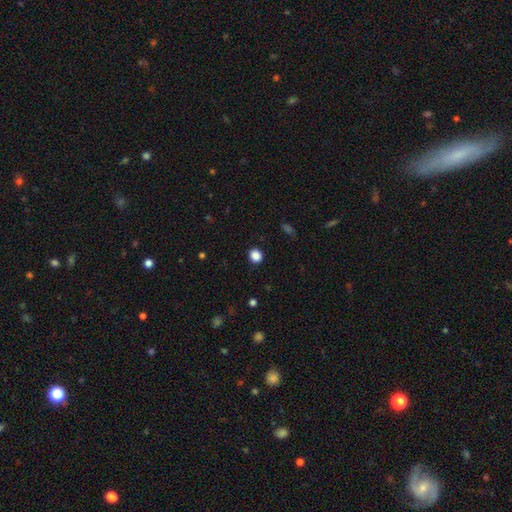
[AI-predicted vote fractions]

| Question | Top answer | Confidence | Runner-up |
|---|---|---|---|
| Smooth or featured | smooth | 87% | star or artifact (11%) |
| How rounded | round | 81% | in between (18%) |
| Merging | none | 90% | minor disturbance (6%) |